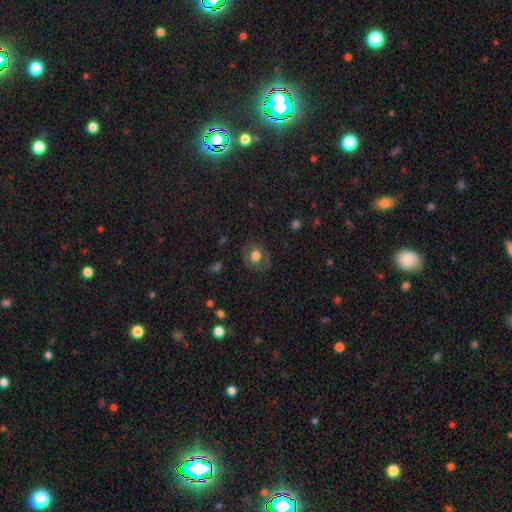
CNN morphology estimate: A smooth galaxy with no disk features (62%) that is round (73%). Merging: none (78%).